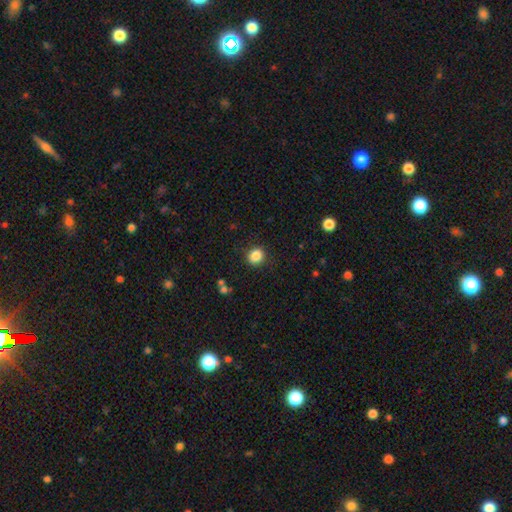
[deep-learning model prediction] This appears to be a smooth galaxy with no disk features (86%) that is round (75%). Merging: none (87%).